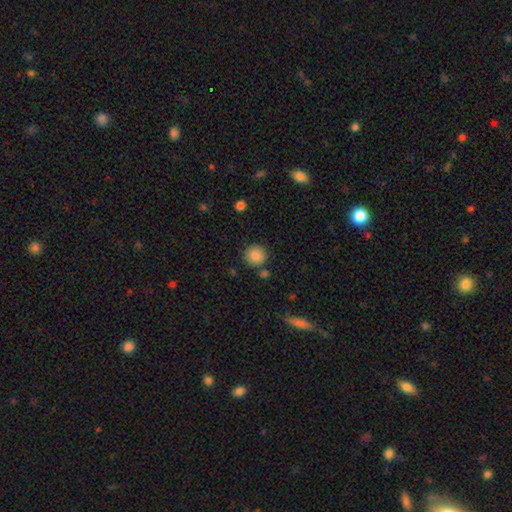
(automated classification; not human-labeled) A smooth galaxy with no disk features (87%) that is round (92%). Merging: none (82%).